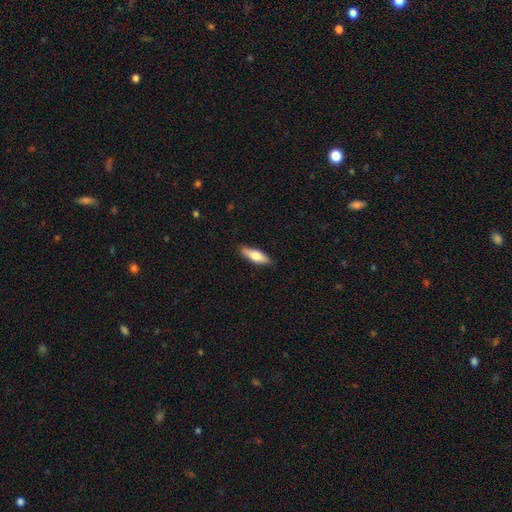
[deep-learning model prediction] Smooth or featured? smooth (67%)
How rounded? in between (49%)
Merging? none (87%)